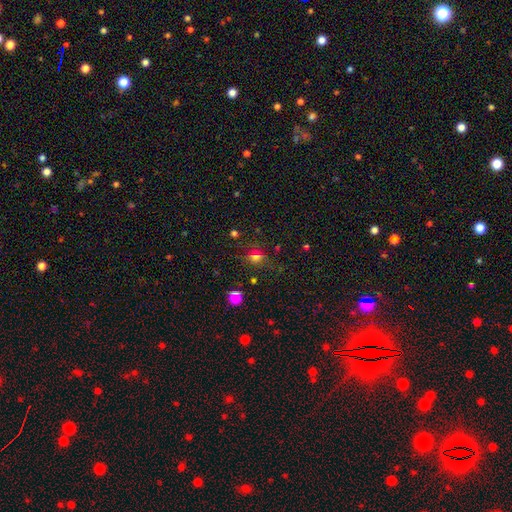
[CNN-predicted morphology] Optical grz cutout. It shows a smooth galaxy with no disk features (58%) that is round (65%). Merging: none (75%).